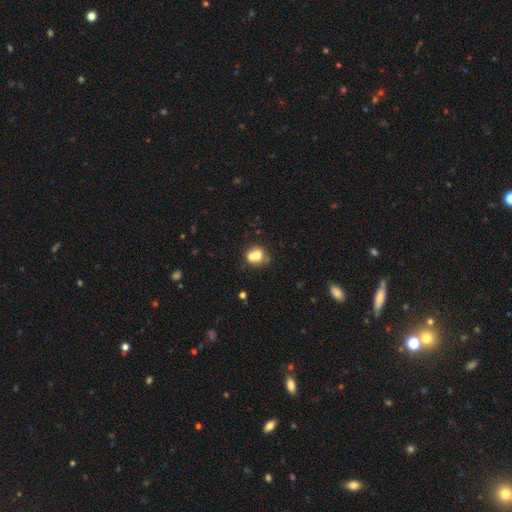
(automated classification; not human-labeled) Smooth or featured? Predicted: smooth (p=0.66). How rounded? Predicted: round (p=0.74). Merging? Predicted: merger (p=0.55).